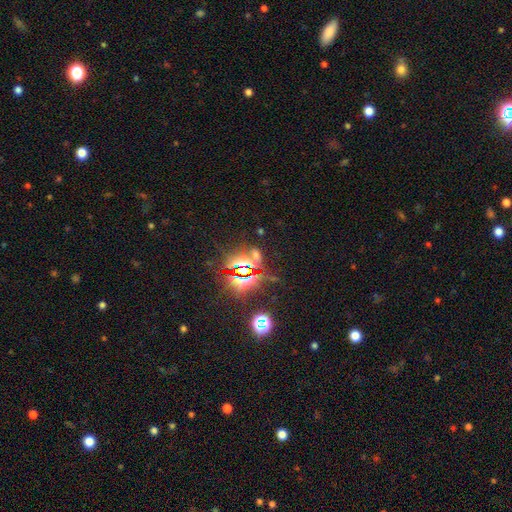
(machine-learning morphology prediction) The model was most divided on "smooth or featured": star or artifact: 69%, smooth: 22%, featured or disk: 9%.